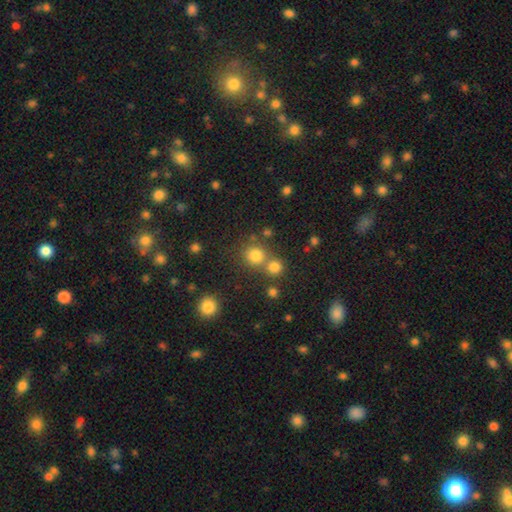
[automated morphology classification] smooth_or_featured: smooth (p=0.78) [alt: star or artifact p=0.15]
how_rounded: round (p=0.90) [alt: in between p=0.09]
merging: none (p=0.63) [alt: merger p=0.26]